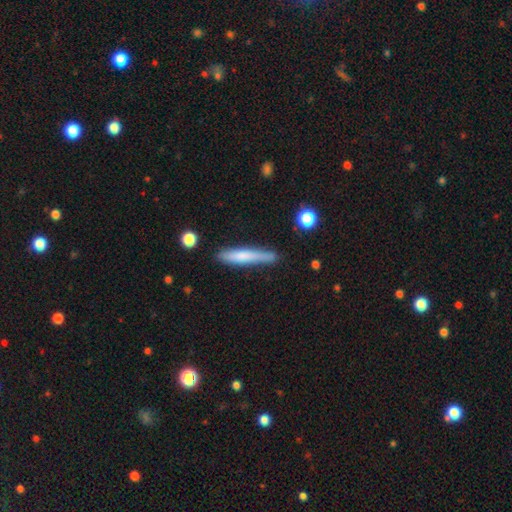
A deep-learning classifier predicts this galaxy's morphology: Smooth or featured? Predicted: smooth (p=0.68). How rounded? Predicted: cigar-shaped (p=0.92). Merging? Predicted: none (p=0.74).